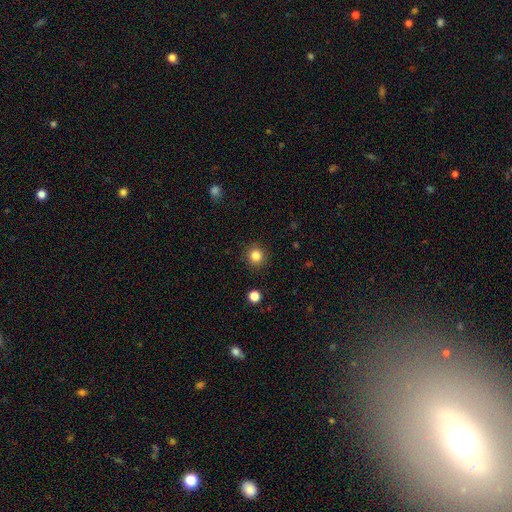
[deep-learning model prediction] The model was most divided on "smooth or featured": smooth: 84%, star or artifact: 11%, featured or disk: 5%. More confident: how rounded — round (93%); merging — none (91%).